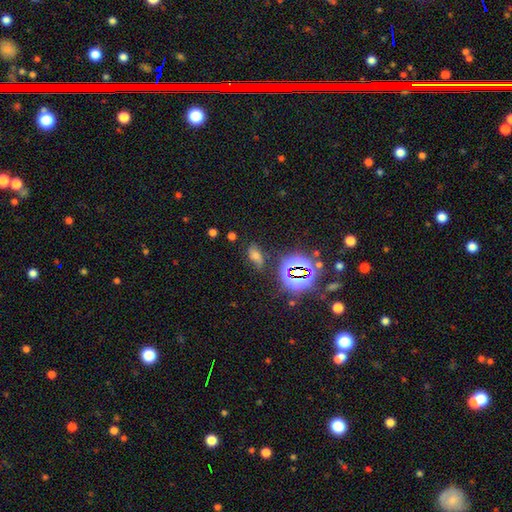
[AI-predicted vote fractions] smooth_or_featured: smooth (p=0.41) [alt: star or artifact p=0.39]
merging: none (p=0.68) [alt: minor disturbance p=0.19]